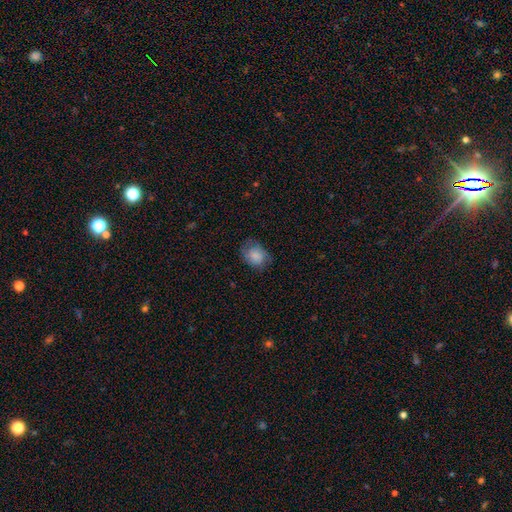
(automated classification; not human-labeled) A smooth galaxy with no disk features (75%) that is in between round and cigar-shaped (57%).

Vote fractions:
- Smooth or featured? smooth: 75% / featured or disk: 17% / star or artifact: 8%
- How rounded? in between: 57% / round: 42% / cigar-shaped: 1%
- Merging? none: 63% / minor disturbance: 26% / major disturbance: 10% / merger: 1%